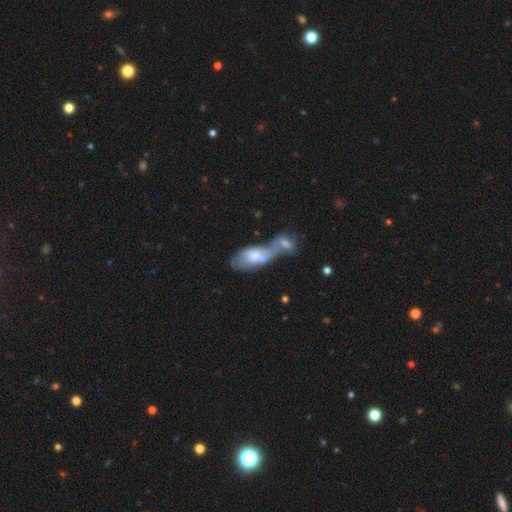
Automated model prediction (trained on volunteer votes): A smooth galaxy with no disk features (61%) that is in between round and cigar-shaped (84%).

Vote fractions:
- Smooth or featured? smooth: 61% / featured or disk: 32% / star or artifact: 7%
- How rounded? in between: 84% / cigar-shaped: 12% / round: 3%
- Merging? merger: 69% / none: 13% / major disturbance: 10% / minor disturbance: 9%